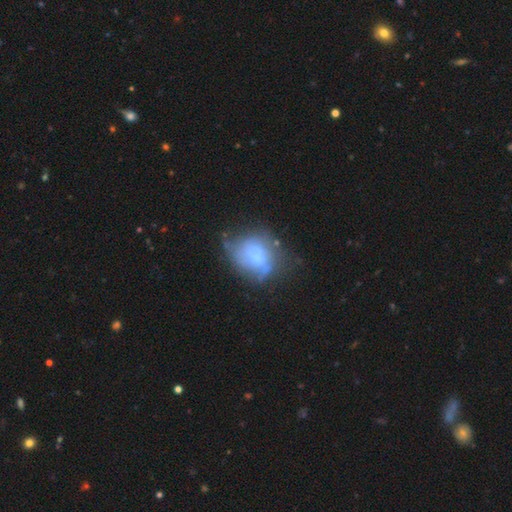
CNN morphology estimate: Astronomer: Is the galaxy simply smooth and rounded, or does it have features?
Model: featured or disk — 45%, tied with smooth at 45%.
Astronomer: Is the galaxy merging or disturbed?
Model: none — 44% (runner-up: minor disturbance, 31%).